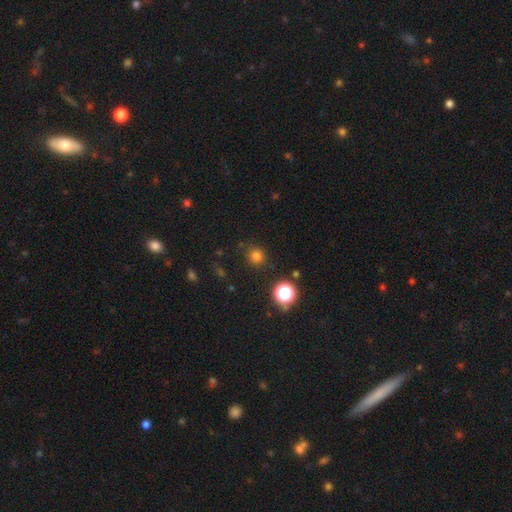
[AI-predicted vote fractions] Smooth or featured: smooth — 77% (star or artifact — 19%)
How rounded: round — 92% (in between — 8%)
Merging: none — 86% (minor disturbance — 9%)